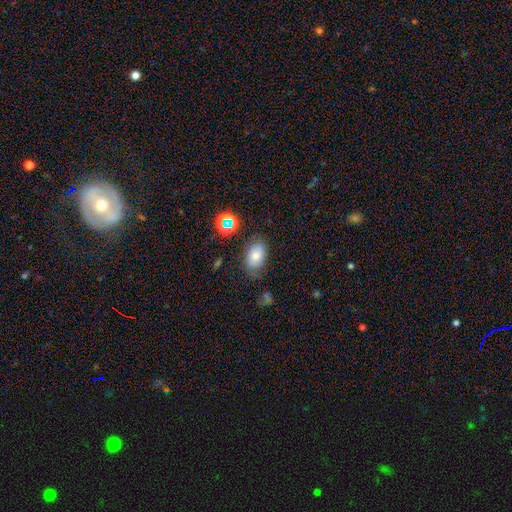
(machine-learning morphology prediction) smooth 70%, featured or disk 16%, star or artifact 14%. Down the decision tree: how rounded — in between (86%); merging — none (66%).